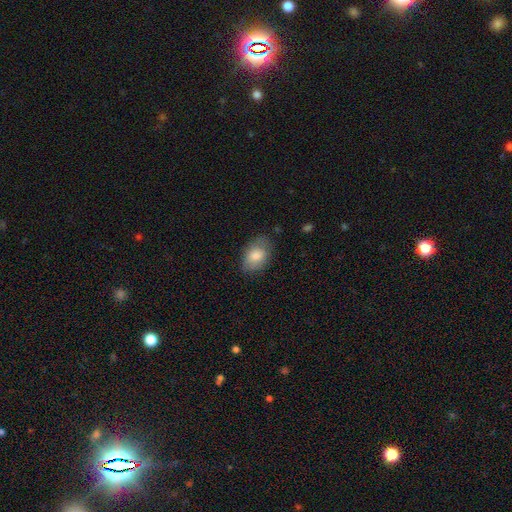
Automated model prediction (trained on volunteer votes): Smooth or featured? smooth (75%)
How rounded? in between (85%)
Merging? none (72%)